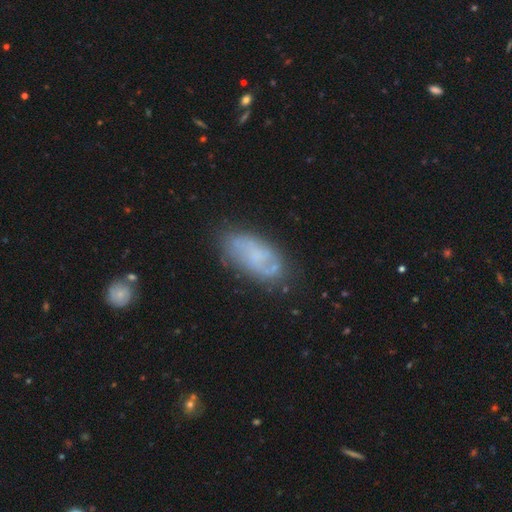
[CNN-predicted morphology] Smooth or featured? Predicted: featured or disk (p=0.50). Merging? Predicted: none (p=0.67).